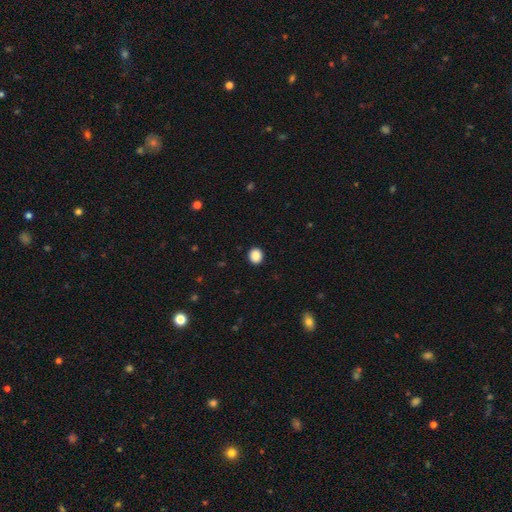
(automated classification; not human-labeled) A smooth galaxy with no disk features (89%) that is round (79%). Merging: none (92%).